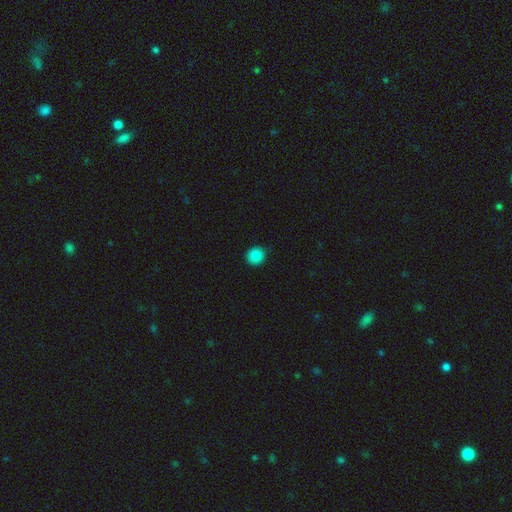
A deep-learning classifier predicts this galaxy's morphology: Smooth or featured: smooth — 87% (star or artifact — 10%)
How rounded: round — 92% (in between — 7%)
Merging: none — 89% (minor disturbance — 9%)